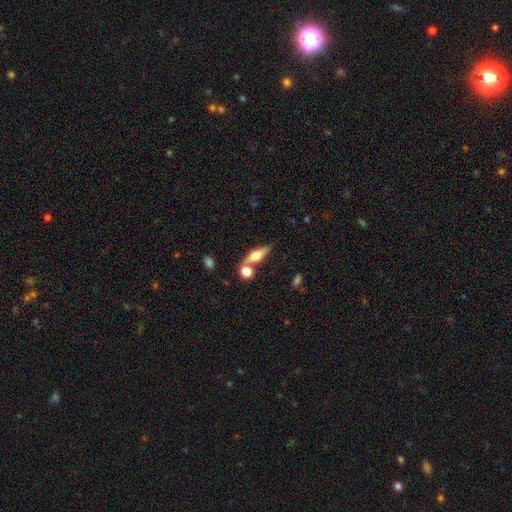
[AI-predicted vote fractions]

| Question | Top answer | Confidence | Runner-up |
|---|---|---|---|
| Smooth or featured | featured or disk | 51% | smooth (41%) |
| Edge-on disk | yes | 90% | no (10%) |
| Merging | none | 63% | merger (22%) |